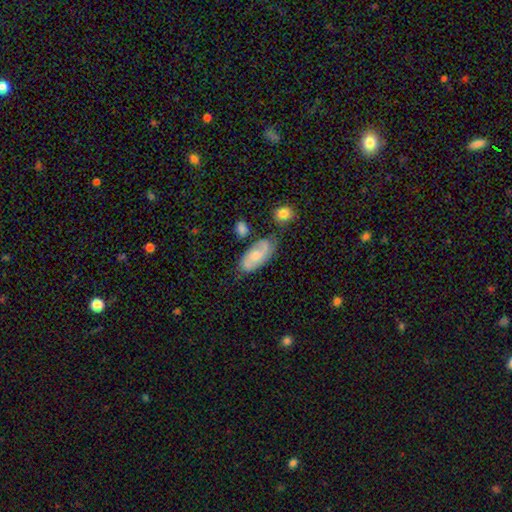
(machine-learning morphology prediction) Smooth or featured: featured or disk — 56% (smooth — 38%)
Edge-on disk: no — 93% (yes — 7%)
Bar: no — 62% (weak — 32%)
Spiral arms: yes — 87% (no — 13%)
Bulge size: moderate — 46% (small — 40%)
Merging: none — 62% (minor disturbance — 22%)